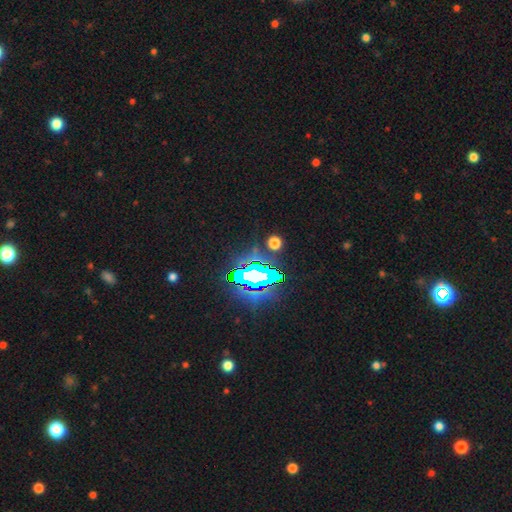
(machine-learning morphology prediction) Q: Smooth or featured?
A: star or artifact (83%); runner-up: smooth (10%)